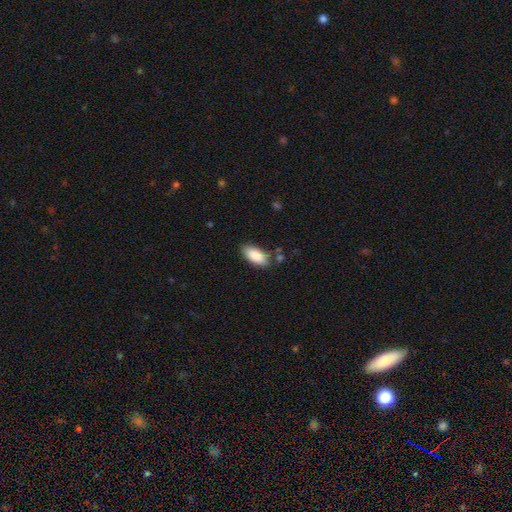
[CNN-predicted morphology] This is clearly a smooth galaxy (88%). How rounded: clearly in between (89%). Merging: clearly none (81%).